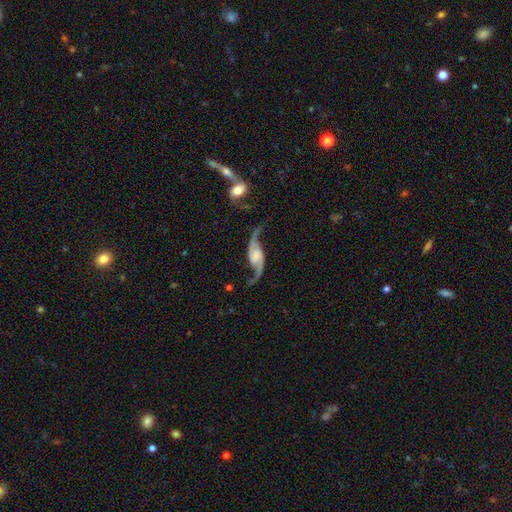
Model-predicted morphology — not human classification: This appears to be a featured or disk galaxy (91%) with no bar (45%), 2 (94%) loose (87%) spiral arms (97%) and no central bulge (45%). Merging: none (72%).